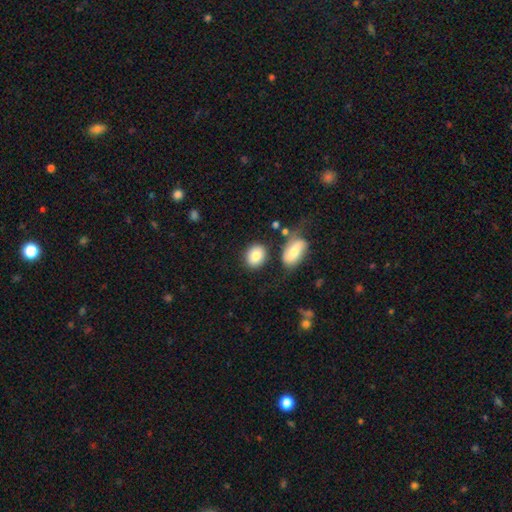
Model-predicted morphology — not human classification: type=smooth (83%); roundness=round (56%); merging=none (74%).